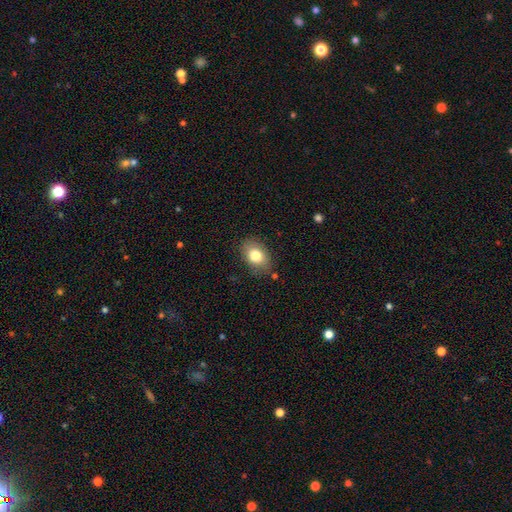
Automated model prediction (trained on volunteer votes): This is likely a smooth galaxy (80%). How rounded: likely in between (78%). Merging: clearly none (81%).